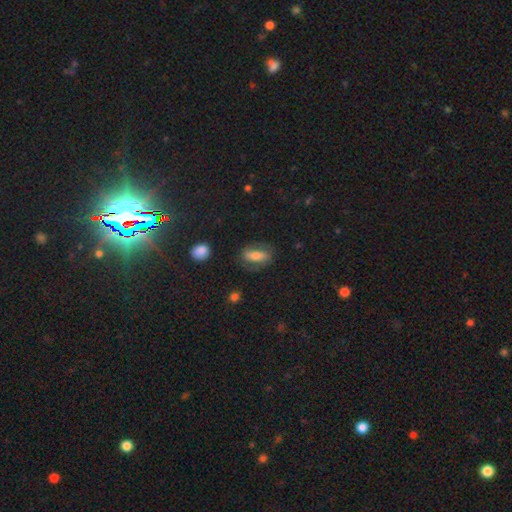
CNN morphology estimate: smooth 54%, featured or disk 35%, star or artifact 12%. Down the decision tree: how rounded — in between (71%); merging — none (71%).